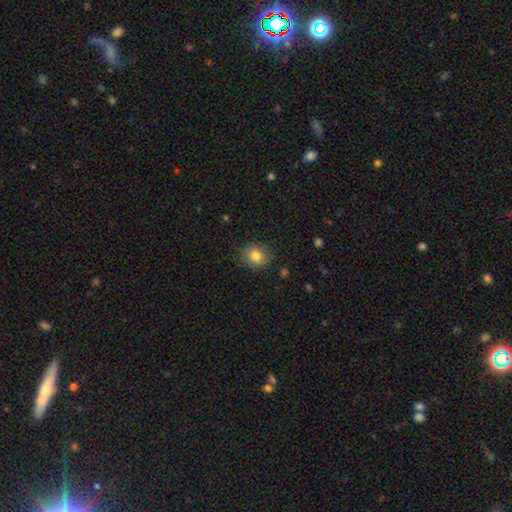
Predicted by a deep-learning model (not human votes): Overall: smooth (82%). How rounded: round (73%). Merging: none (85%).